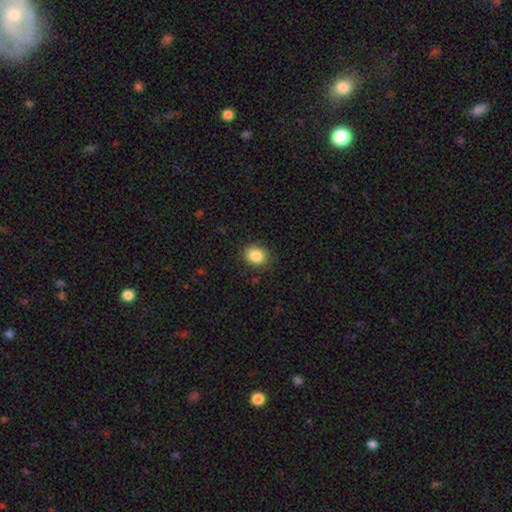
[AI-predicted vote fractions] The model was most divided on "how rounded": round: 59%, in between: 40%, cigar-shaped: 1%. More confident: merging — none (88%); smooth or featured — smooth (86%).